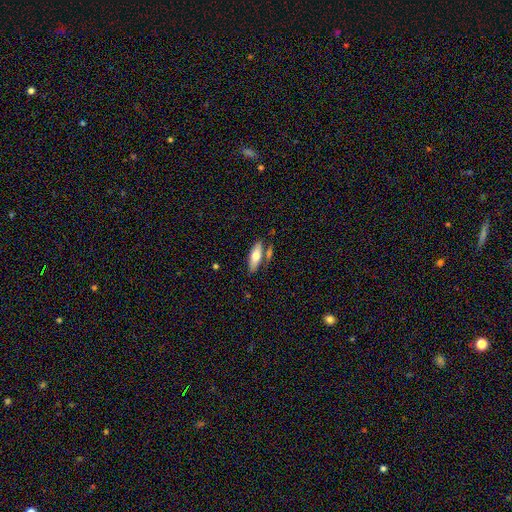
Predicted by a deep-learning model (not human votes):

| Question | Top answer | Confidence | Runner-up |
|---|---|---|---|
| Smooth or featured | smooth | 65% | featured or disk (30%) |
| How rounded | in between | 55% | cigar-shaped (43%) |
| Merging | none | 70% | merger (14%) |